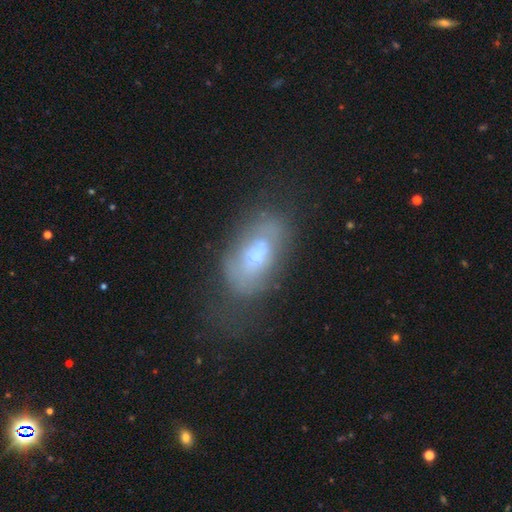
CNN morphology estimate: smooth_or_featured: smooth (p=0.48) [alt: featured or disk p=0.43]
merging: none (p=0.51) [alt: minor disturbance p=0.27]